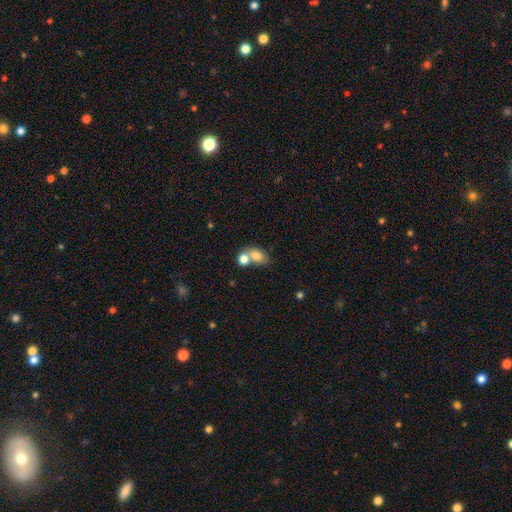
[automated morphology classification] Smooth or featured: smooth — 78% (featured or disk — 13%)
How rounded: in between — 70% (round — 29%)
Merging: merger — 53% (none — 31%)